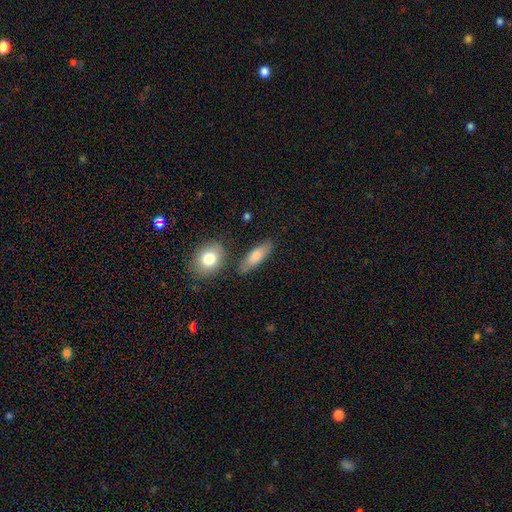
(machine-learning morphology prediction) smooth-or-featured: smooth: 75% | featured or disk: 18% | star or artifact: 6%
  how-rounded: in between: 60% | cigar-shaped: 36% | round: 4%
  merging: none: 77% | minor disturbance: 13% | merger: 7% | major disturbance: 3%